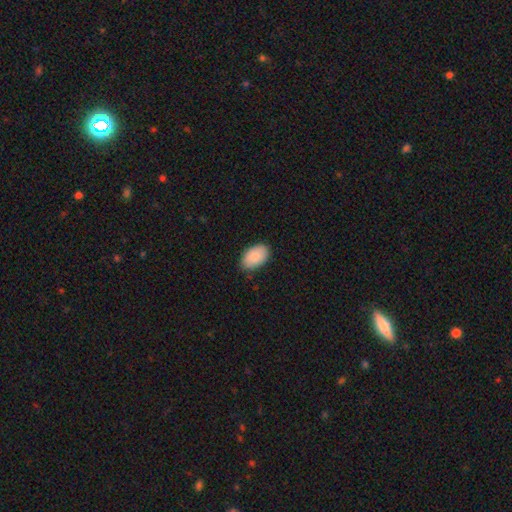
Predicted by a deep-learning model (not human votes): Morphology: type=smooth (90%); roundness=in between (93%); merging=none (83%).